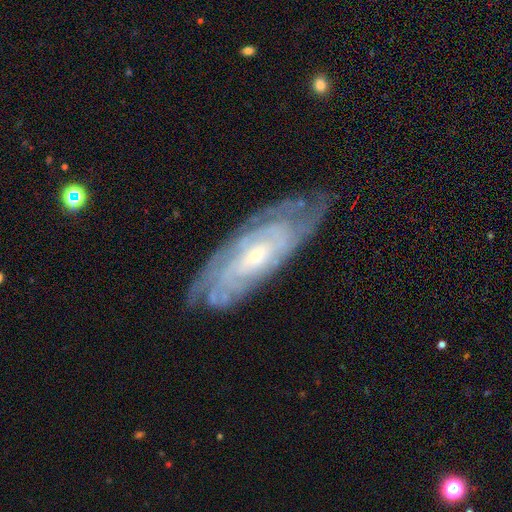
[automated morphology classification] Smooth or featured: featured or disk — 83% (smooth — 10%)
Edge-on disk: no — 86% (yes — 14%)
Bar: no — 61% (weak — 30%)
Spiral arms: yes — 93% (no — 7%)
Spiral winding: tight — 78% (medium — 18%)
Spiral arm count: can't tell — 52% (2 — 13%)
Bulge size: small — 66% (moderate — 30%)
Merging: none — 73% (minor disturbance — 20%)